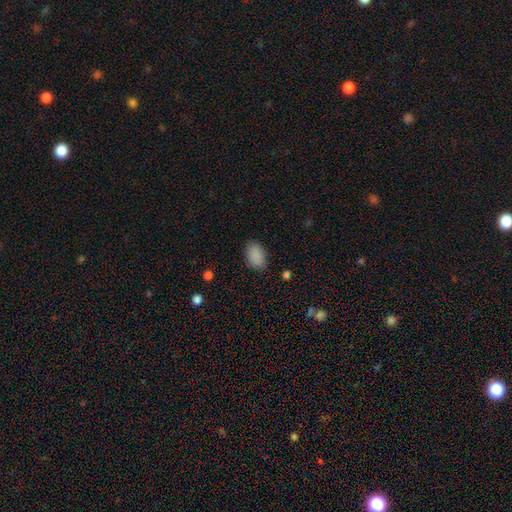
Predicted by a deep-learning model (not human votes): A smooth galaxy with no disk features (88%) that is in between round and cigar-shaped (90%).

Vote fractions:
- Smooth or featured? smooth: 88% / star or artifact: 8% / featured or disk: 3%
- How rounded? in between: 90% / round: 9% / cigar-shaped: 1%
- Merging? none: 84% / minor disturbance: 12% / major disturbance: 3% / merger: 1%